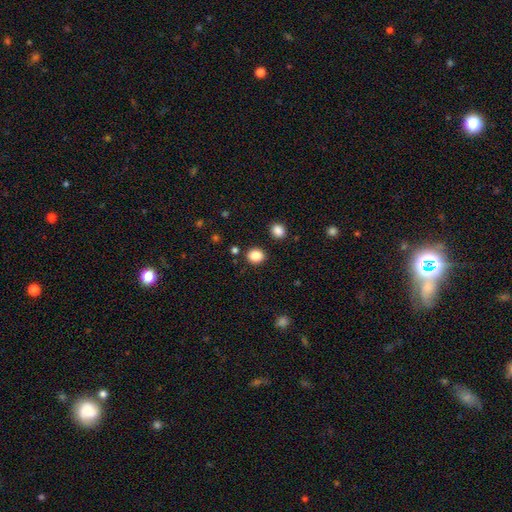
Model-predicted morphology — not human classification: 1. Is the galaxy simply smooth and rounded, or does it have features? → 86% smooth, 10% star or artifact, 4% featured or disk.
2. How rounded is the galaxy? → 69% round, 30% in between, 1% cigar-shaped.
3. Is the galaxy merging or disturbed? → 87% none, 7% minor disturbance, 4% merger, 3% major disturbance.